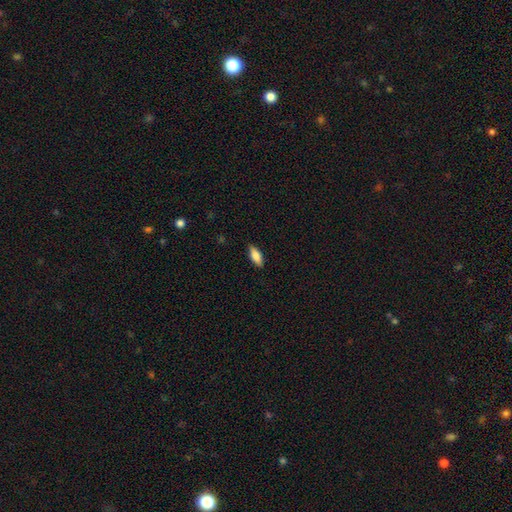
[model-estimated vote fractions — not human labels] Morphology: type=smooth (78%); roundness=in between (74%); merging=none (87%).